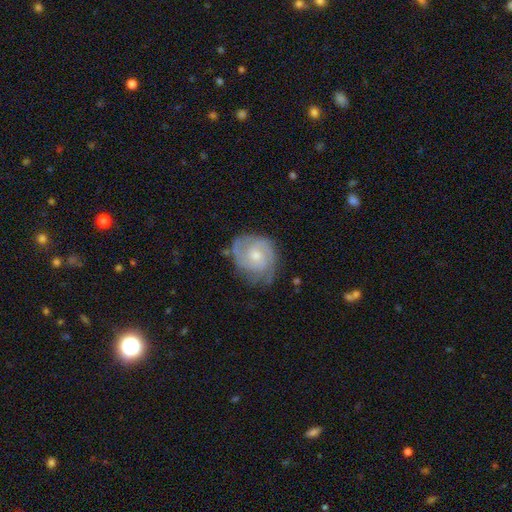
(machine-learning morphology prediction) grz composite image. It shows a featured or disk galaxy (79%) with no bar (67%), 2 (41%) tight (53%) spiral arms (94%) and a moderate central bulge (48%). Merging: none (67%).